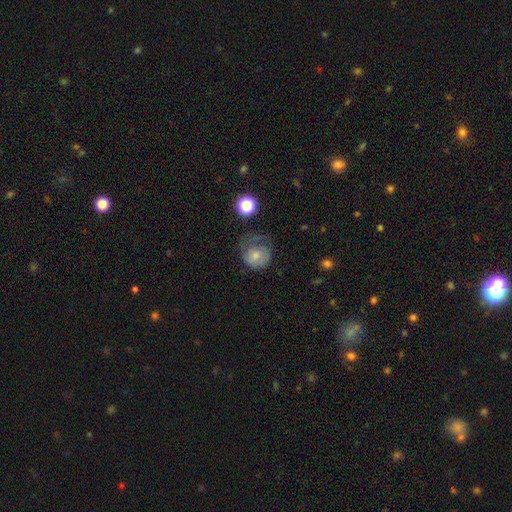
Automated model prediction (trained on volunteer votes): This appears to be a smooth galaxy with no disk features (67%) that is round (82%). Merging: none (38%).